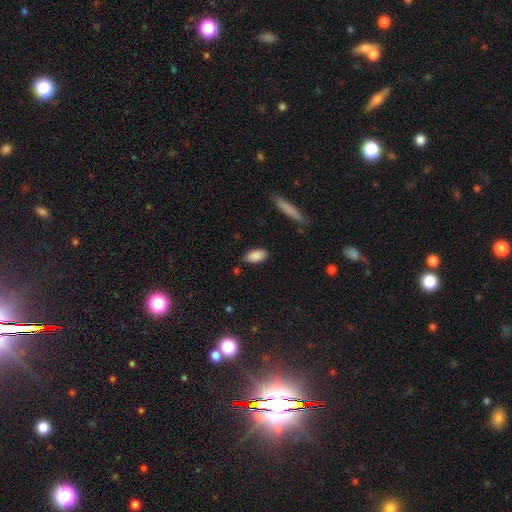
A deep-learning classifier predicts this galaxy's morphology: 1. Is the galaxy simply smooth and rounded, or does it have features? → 88% smooth, 7% star or artifact, 5% featured or disk.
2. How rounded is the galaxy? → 90% in between, 7% cigar-shaped, 2% round.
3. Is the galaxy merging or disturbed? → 83% none, 12% minor disturbance, 3% major disturbance, 2% merger.